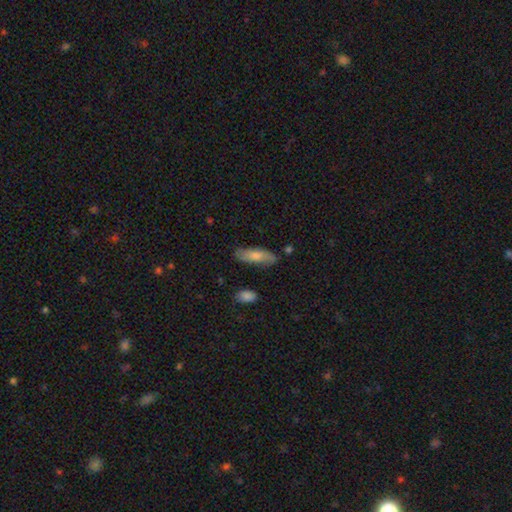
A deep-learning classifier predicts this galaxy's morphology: smooth_or_featured: smooth (p=0.71) [alt: featured or disk p=0.23]
how_rounded: in between (p=0.58) [alt: cigar-shaped p=0.40]
merging: none (p=0.79) [alt: minor disturbance p=0.16]